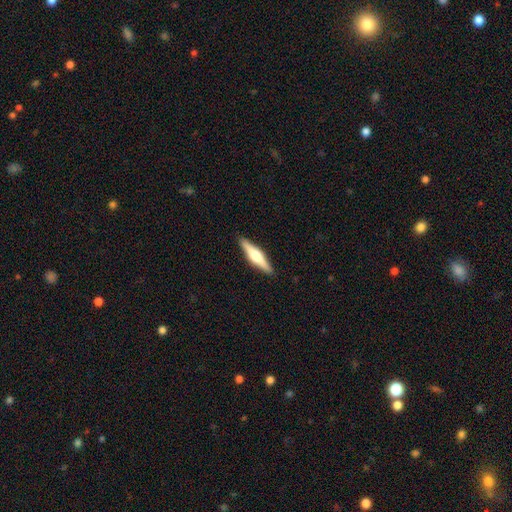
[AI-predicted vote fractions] Q: Smooth or featured?
A: featured or disk (60%); runner-up: smooth (35%)
Q: Edge-on disk?
A: yes (97%); runner-up: no (3%)
Q: Edge-on bulge?
A: rounded (89%); runner-up: boxy (8%)
Q: Merging?
A: none (91%); runner-up: minor disturbance (6%)